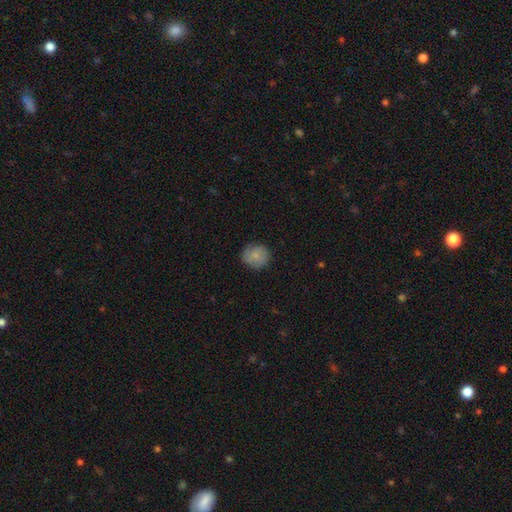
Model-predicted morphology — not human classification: Q: Smooth or featured?
A: smooth (77%); runner-up: featured or disk (15%)
Q: How rounded?
A: round (88%); runner-up: in between (11%)
Q: Merging?
A: none (79%); runner-up: minor disturbance (16%)